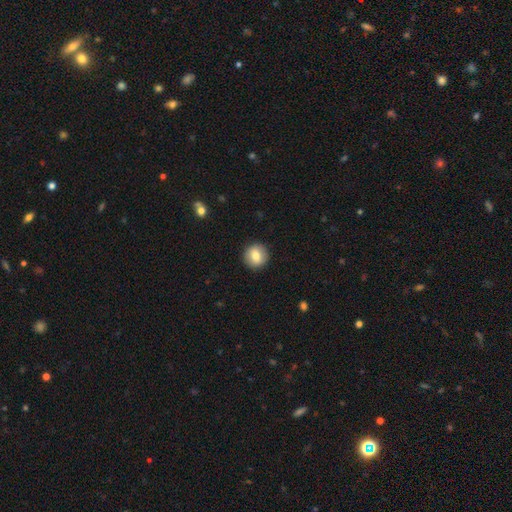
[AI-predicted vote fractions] This is likely a smooth galaxy (77%). How rounded: clearly round (93%). Merging: clearly none (92%).